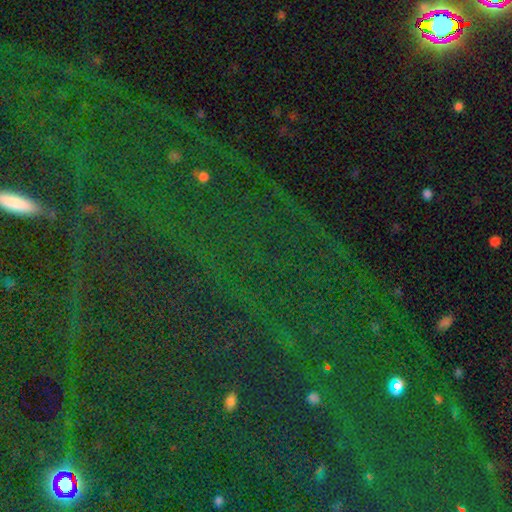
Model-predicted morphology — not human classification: smooth-or-featured: star or artifact: 82% | smooth: 10% | featured or disk: 8%